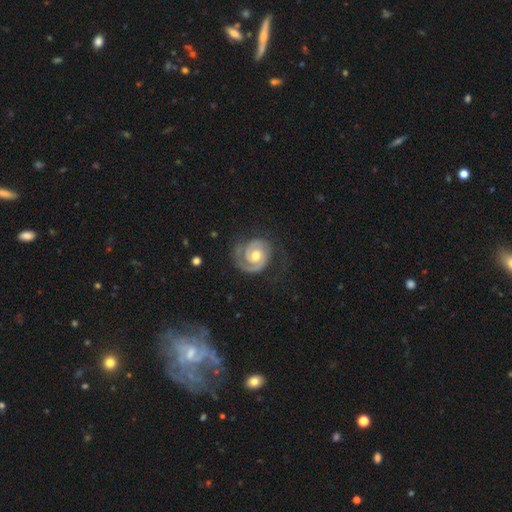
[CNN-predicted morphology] This appears to be a featured or disk galaxy (89%) with no bar (65%), 2 (51%) tight (68%) spiral arms (97%) and a moderate central bulge (74%). Merging: none (69%).